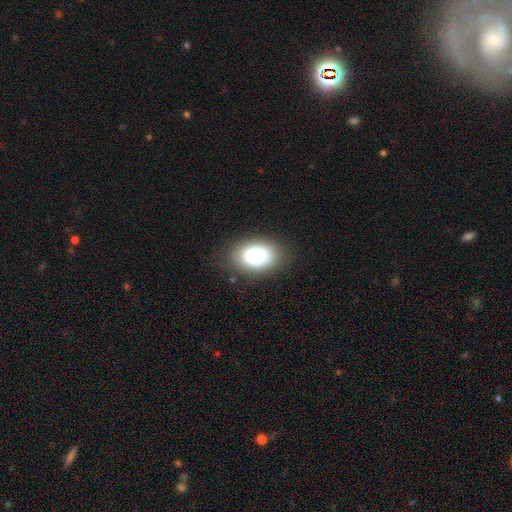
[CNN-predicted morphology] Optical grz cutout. It shows a smooth galaxy with no disk features (80%) that is in between round and cigar-shaped (82%). Merging: none (75%).